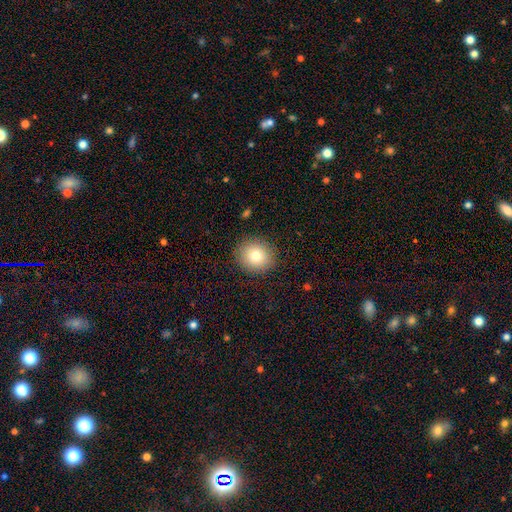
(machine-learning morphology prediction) Smooth or featured? Predicted: smooth (p=0.78). How rounded? Predicted: round (p=0.82). Merging? Predicted: none (p=0.88).